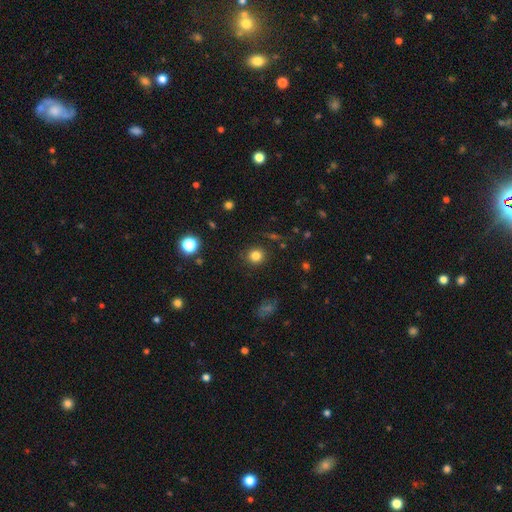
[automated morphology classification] Q: Smooth or featured?
A: smooth (82%); runner-up: star or artifact (13%)
Q: How rounded?
A: round (90%); runner-up: in between (9%)
Q: Merging?
A: none (88%); runner-up: minor disturbance (7%)